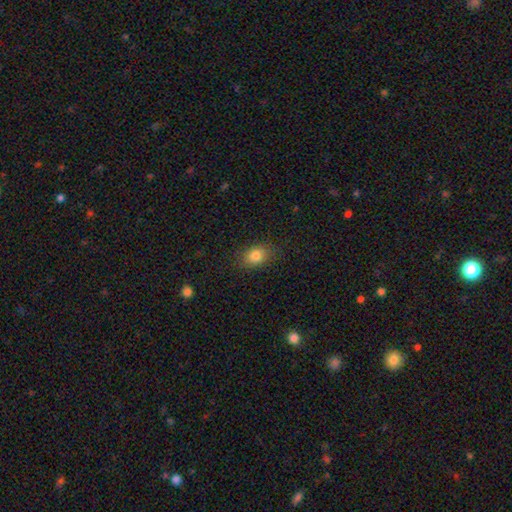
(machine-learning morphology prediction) smooth-or-featured: smooth: 82% | star or artifact: 10% | featured or disk: 8%
  how-rounded: in between: 71% | round: 27% | cigar-shaped: 1%
  merging: none: 84% | minor disturbance: 11% | major disturbance: 3% | merger: 1%